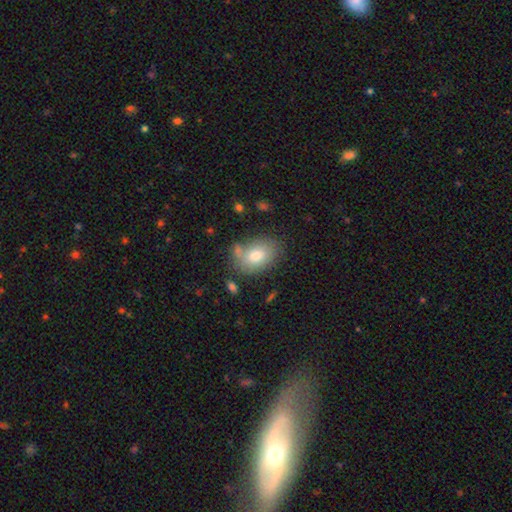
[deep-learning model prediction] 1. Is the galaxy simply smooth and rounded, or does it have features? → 76% smooth, 15% featured or disk, 9% star or artifact.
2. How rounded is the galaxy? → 82% in between, 17% round, 1% cigar-shaped.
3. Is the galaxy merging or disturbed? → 66% none, 20% minor disturbance, 9% merger, 6% major disturbance.